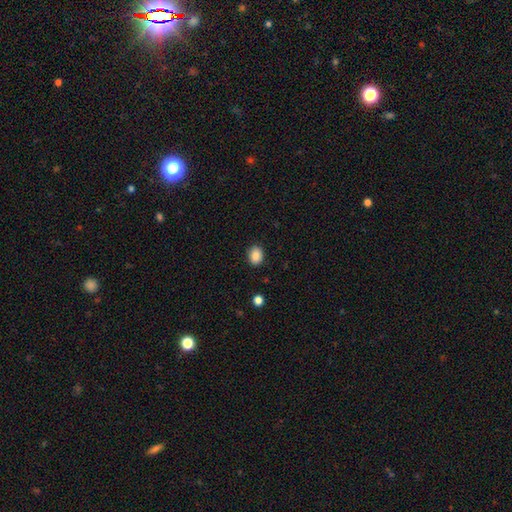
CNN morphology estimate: A smooth galaxy with no disk features (88%) that is in between round and cigar-shaped (52%).

Vote fractions:
- Smooth or featured? smooth: 88% / star or artifact: 9% / featured or disk: 4%
- How rounded? in between: 52% / round: 47% / cigar-shaped: 1%
- Merging? none: 89% / minor disturbance: 8% / major disturbance: 2% / merger: 1%